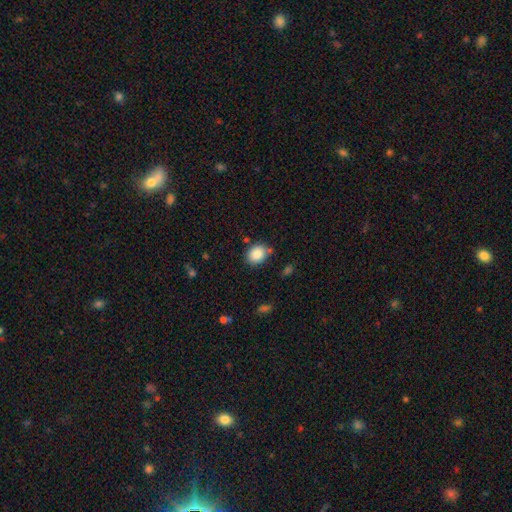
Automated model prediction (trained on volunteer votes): A smooth galaxy with no disk features (87%) that is round (54%). Merging: none (77%).